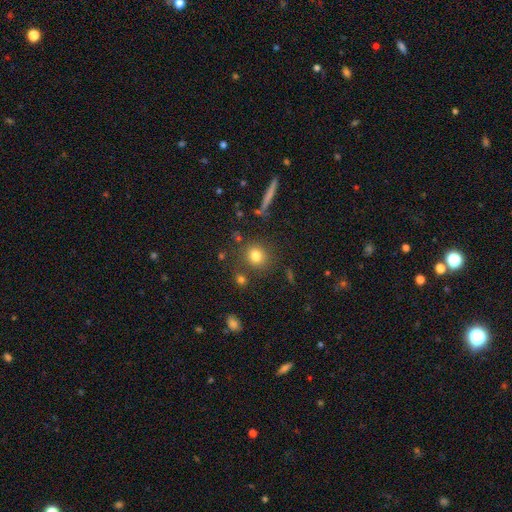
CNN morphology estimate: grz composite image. It shows a smooth galaxy with no disk features (78%) that is round (83%). Merging: none (82%).